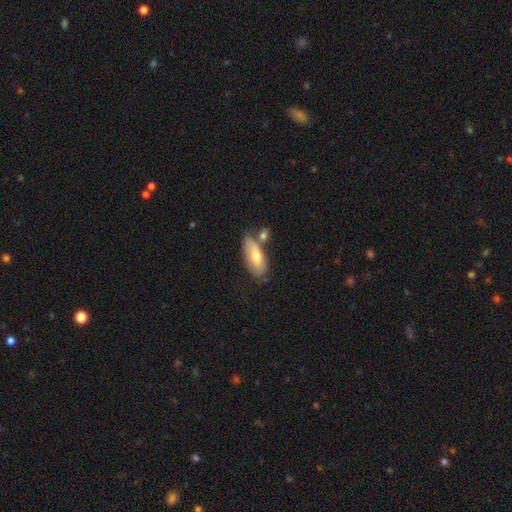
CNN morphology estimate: Overall: smooth (62%; featured or disk 31%). How rounded: in between (78%). Merging: none (58%; minor disturbance 19%).